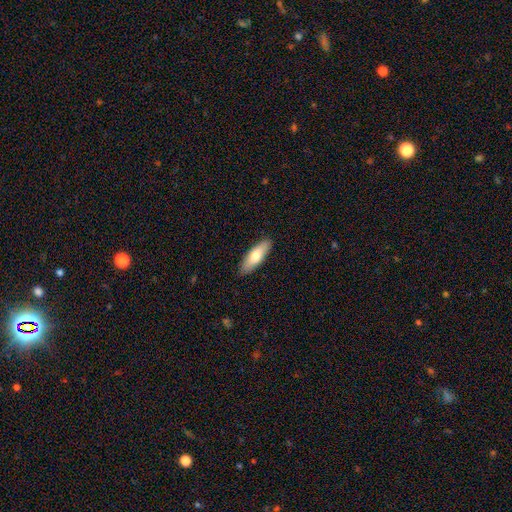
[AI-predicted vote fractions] Smooth or featured: smooth — 74% (featured or disk — 21%)
How rounded: in between — 58% (cigar-shaped — 40%)
Merging: none — 89% (minor disturbance — 9%)